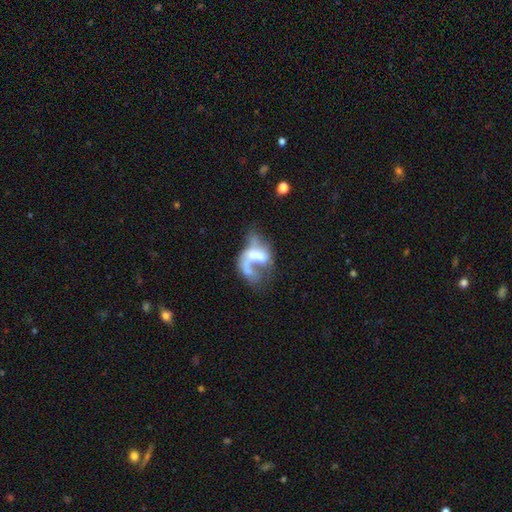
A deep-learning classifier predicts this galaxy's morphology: This appears to be a featured or disk galaxy (59%) with no bar (66%), no spiral arms (59%) and no central bulge (31%). Merging: major disturbance (43%).